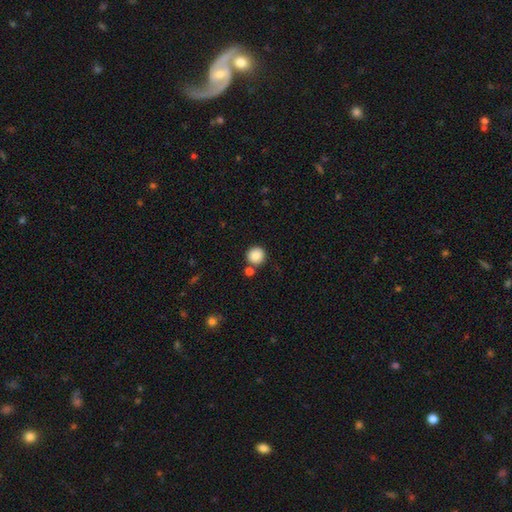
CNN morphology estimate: Q: Smooth or featured?
A: smooth (87%); runner-up: star or artifact (9%)
Q: How rounded?
A: round (92%); runner-up: in between (7%)
Q: Merging?
A: none (78%); runner-up: merger (12%)